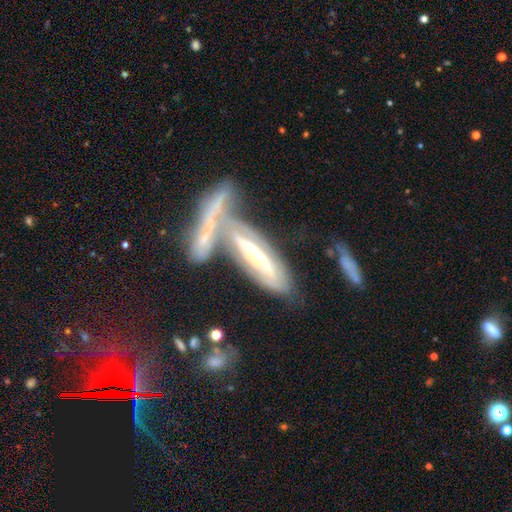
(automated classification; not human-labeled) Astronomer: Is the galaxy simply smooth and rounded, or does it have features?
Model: featured or disk — 70%.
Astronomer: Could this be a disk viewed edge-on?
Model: no — 63%.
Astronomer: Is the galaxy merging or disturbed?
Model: merger — 48% (runner-up: none, 27%).